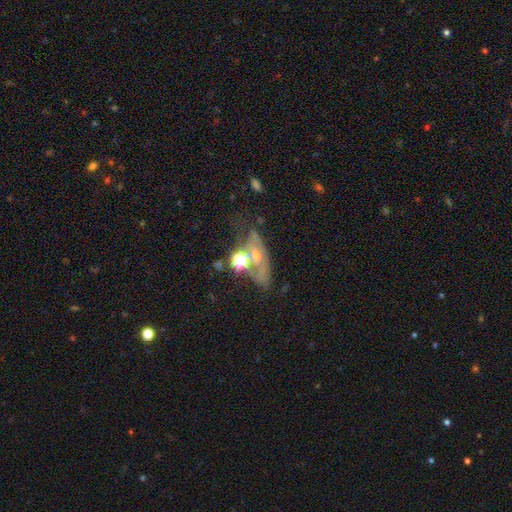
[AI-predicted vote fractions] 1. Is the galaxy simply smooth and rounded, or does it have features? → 48% featured or disk, 29% smooth, 23% star or artifact.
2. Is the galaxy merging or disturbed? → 44% none, 20% minor disturbance, 19% major disturbance, 17% merger.